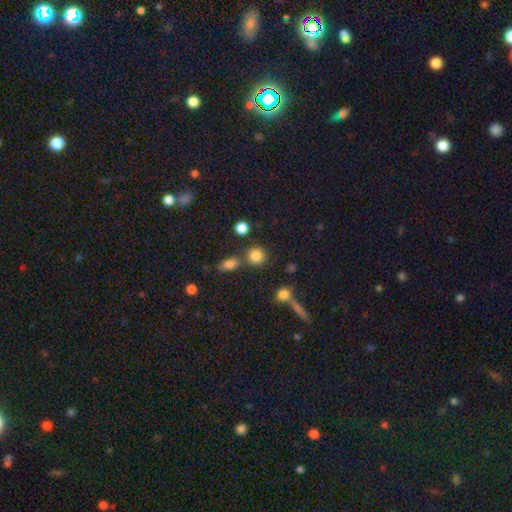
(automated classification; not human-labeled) Smooth or featured? Predicted: smooth (p=0.82). How rounded? Predicted: round (p=0.87). Merging? Predicted: none (p=0.75).